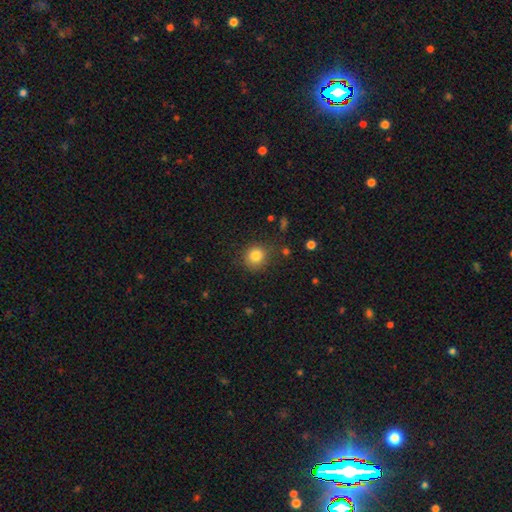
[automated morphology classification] This appears to be a smooth galaxy with no disk features (83%) that is round (88%). Merging: none (83%).